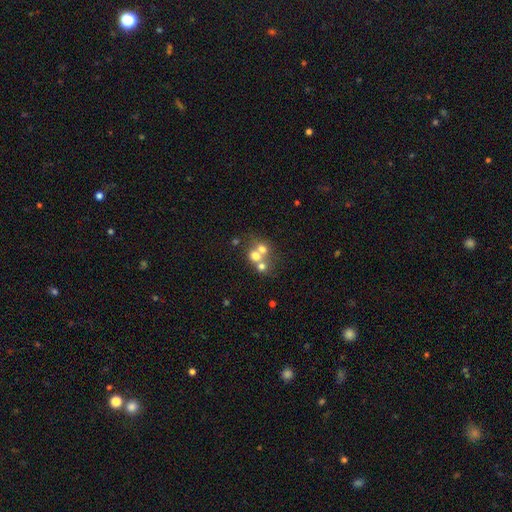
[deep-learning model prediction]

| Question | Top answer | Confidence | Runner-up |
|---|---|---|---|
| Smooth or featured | smooth | 59% | featured or disk (25%) |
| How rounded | round | 79% | in between (20%) |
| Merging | merger | 59% | none (31%) |